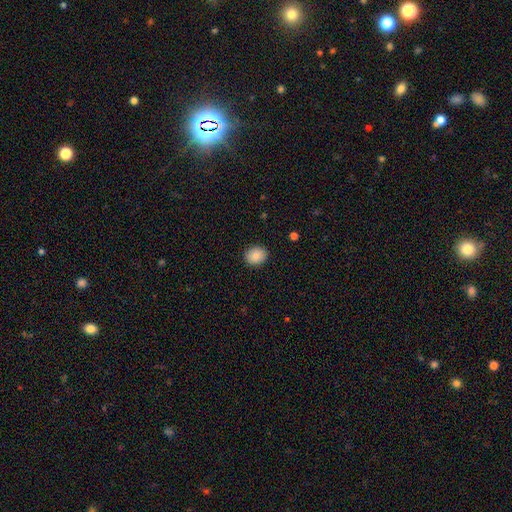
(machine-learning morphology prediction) smooth-or-featured: smooth: 87% | star or artifact: 8% | featured or disk: 5%
  how-rounded: round: 65% | in between: 34% | cigar-shaped: 1%
  merging: none: 89% | minor disturbance: 8% | major disturbance: 2% | merger: 1%